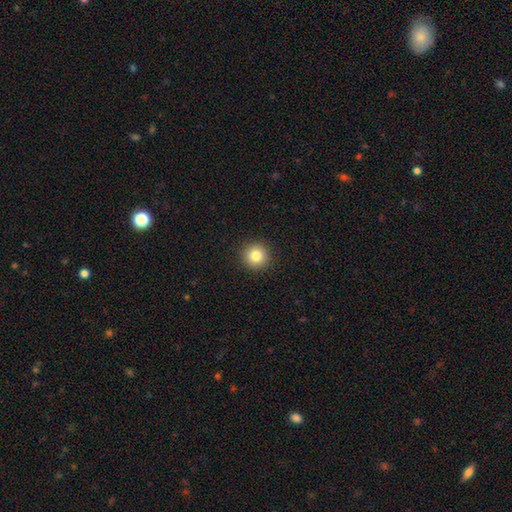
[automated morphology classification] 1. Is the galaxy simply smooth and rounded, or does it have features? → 83% smooth, 11% star or artifact, 6% featured or disk.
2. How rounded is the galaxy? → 95% round, 4% in between, 1% cigar-shaped.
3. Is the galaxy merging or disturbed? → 92% none, 5% minor disturbance, 2% major disturbance, 1% merger.